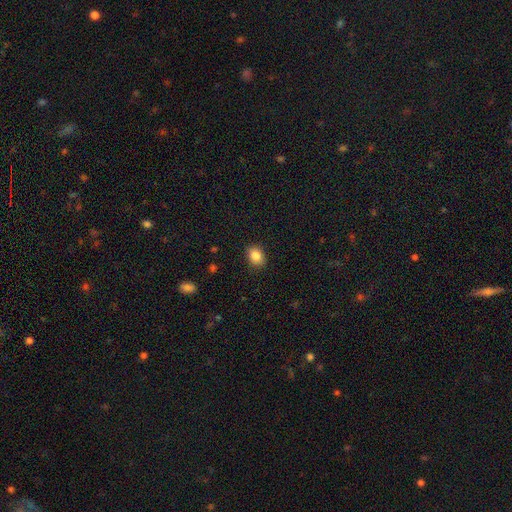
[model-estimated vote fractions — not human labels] Morphology: type=smooth (86%); roundness=in between (67%); merging=none (88%).